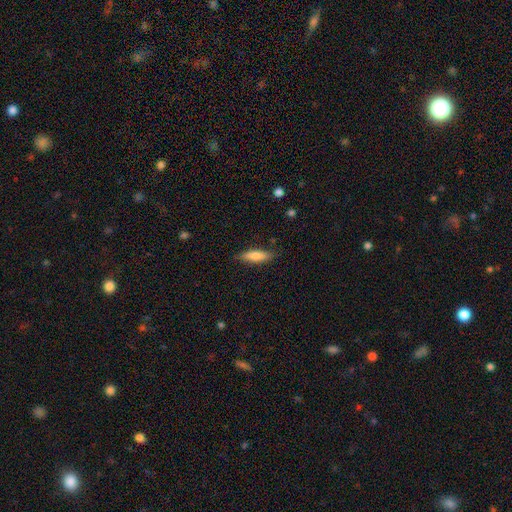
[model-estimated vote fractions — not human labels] Smooth or featured?
  - smooth: 76% *
  - featured or disk: 18%
  - star or artifact: 6%
How rounded?
  - cigar-shaped: 65% *
  - in between: 33%
  - round: 2%
Merging?
  - none: 84% *
  - minor disturbance: 13%
  - major disturbance: 3%
  - merger: 1%